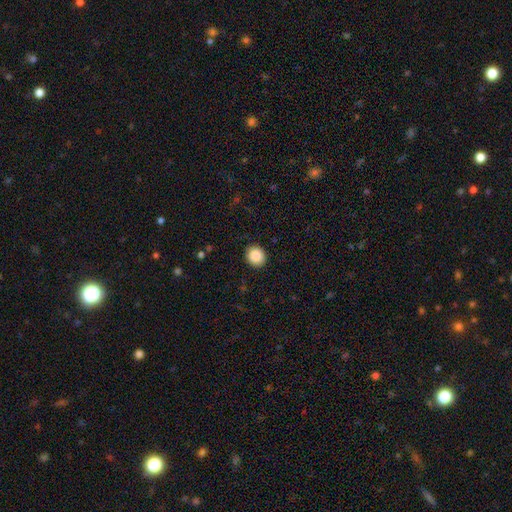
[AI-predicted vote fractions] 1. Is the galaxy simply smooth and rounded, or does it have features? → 87% smooth, 8% star or artifact, 4% featured or disk.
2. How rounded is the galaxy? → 85% round, 14% in between, 1% cigar-shaped.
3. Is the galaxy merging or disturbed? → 91% none, 6% minor disturbance, 2% major disturbance, 1% merger.